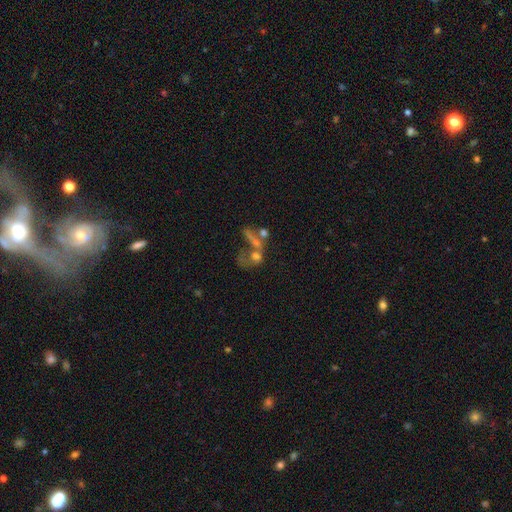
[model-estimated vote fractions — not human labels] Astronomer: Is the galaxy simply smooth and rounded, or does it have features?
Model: featured or disk — 41% (runner-up: star or artifact, 32%).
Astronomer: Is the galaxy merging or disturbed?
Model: none — 37% (runner-up: merger, 35%).